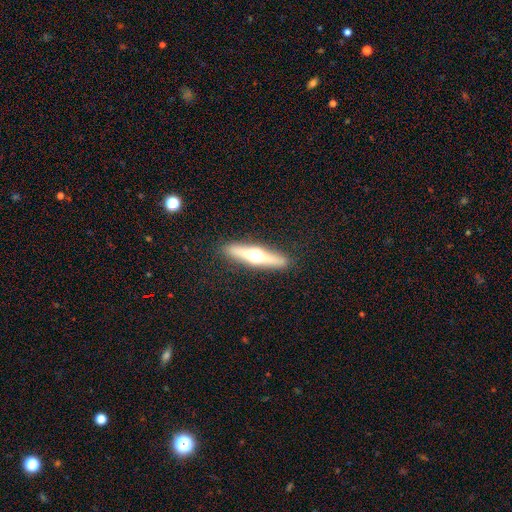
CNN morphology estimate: Smooth or featured: featured or disk — 60% (smooth — 33%)
Edge-on disk: yes — 93% (no — 7%)
Edge-on bulge: rounded — 95% (none — 3%)
Merging: none — 89% (minor disturbance — 8%)